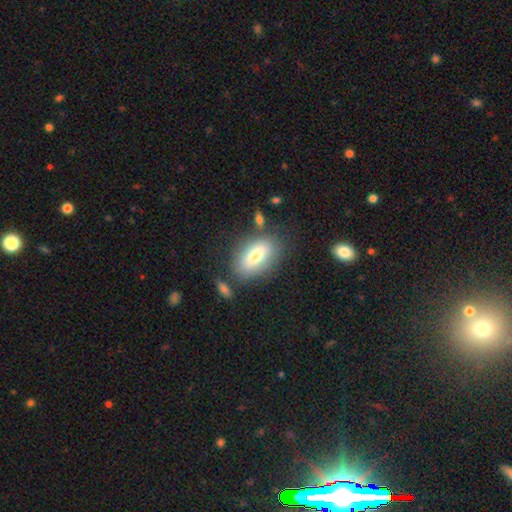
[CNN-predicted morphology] Q: Smooth or featured?
A: smooth (74%); runner-up: featured or disk (18%)
Q: How rounded?
A: in between (88%); runner-up: round (7%)
Q: Merging?
A: none (72%); runner-up: minor disturbance (15%)